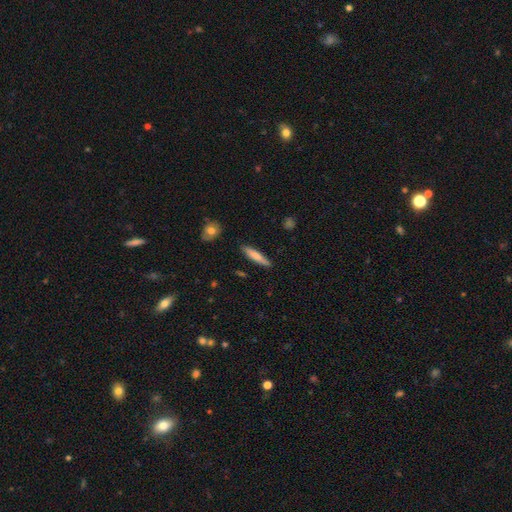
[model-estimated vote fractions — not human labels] Overall: smooth (74%). How rounded: cigar-shaped (88%). Merging: none (87%).